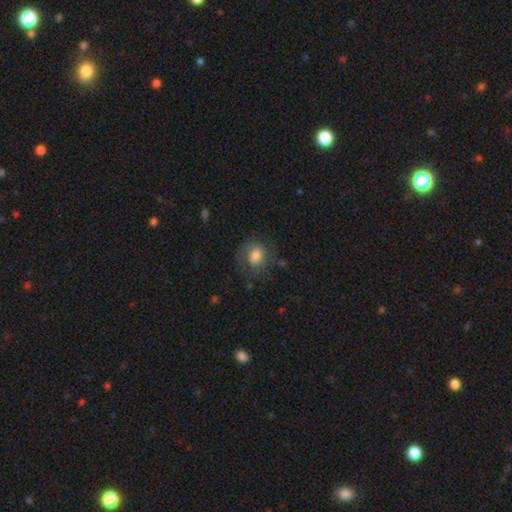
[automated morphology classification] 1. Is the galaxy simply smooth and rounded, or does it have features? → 73% smooth, 18% featured or disk, 9% star or artifact.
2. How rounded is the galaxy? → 53% round, 46% in between, 1% cigar-shaped.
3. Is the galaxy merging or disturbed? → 65% none, 21% minor disturbance, 12% major disturbance, 2% merger.